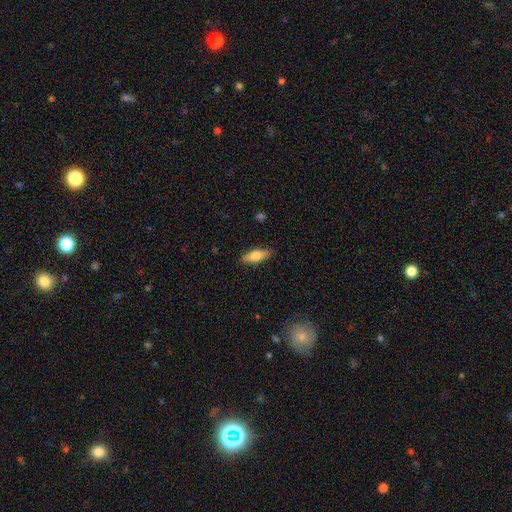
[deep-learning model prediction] Smooth or featured? Predicted: smooth (p=0.70). How rounded? Predicted: in between (p=0.64). Merging? Predicted: none (p=0.87).